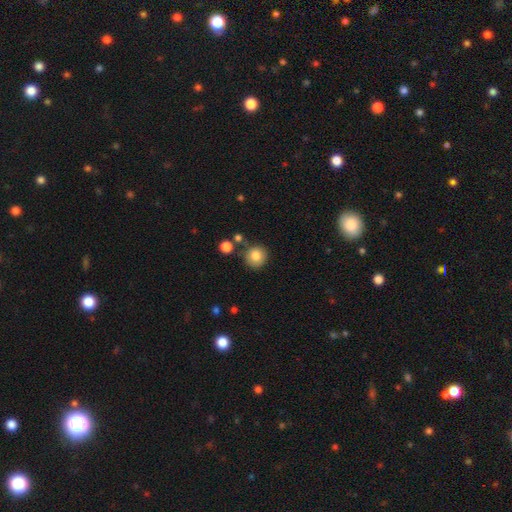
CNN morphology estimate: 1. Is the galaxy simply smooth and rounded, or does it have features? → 83% smooth, 9% star or artifact, 8% featured or disk.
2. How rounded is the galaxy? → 91% round, 8% in between, 1% cigar-shaped.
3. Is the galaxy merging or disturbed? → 79% none, 11% minor disturbance, 7% merger, 3% major disturbance.